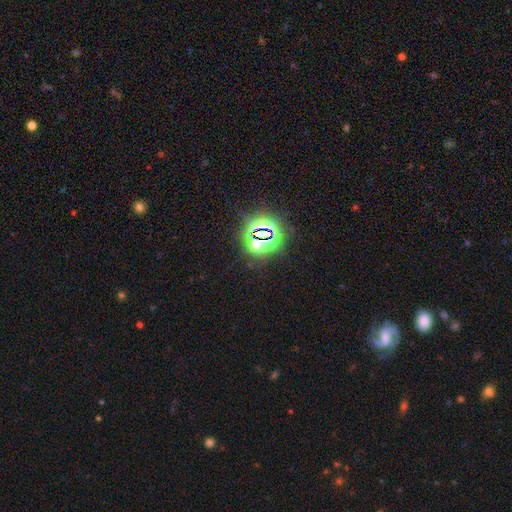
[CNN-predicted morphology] Smooth or featured? Predicted: star or artifact (p=0.79).